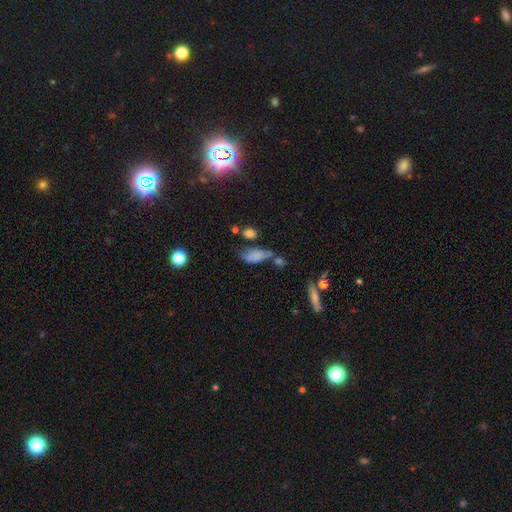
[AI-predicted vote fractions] smooth-or-featured: smooth: 73% | featured or disk: 16% | star or artifact: 11%
  how-rounded: in between: 83% | cigar-shaped: 12% | round: 5%
  merging: none: 32% | minor disturbance: 27% | merger: 22% | major disturbance: 18%